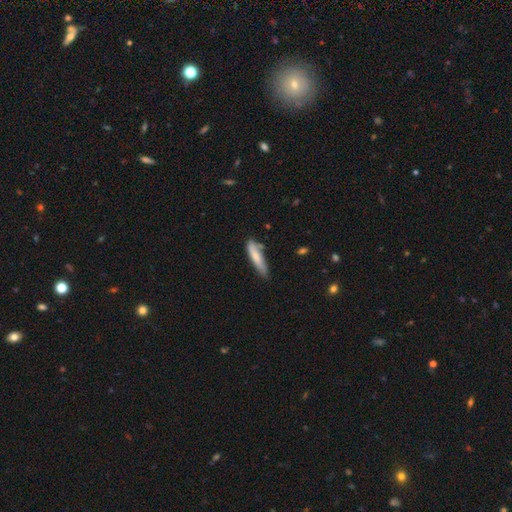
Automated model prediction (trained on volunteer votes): Smooth or featured? smooth (73%)
How rounded? cigar-shaped (78%)
Merging? none (58%)